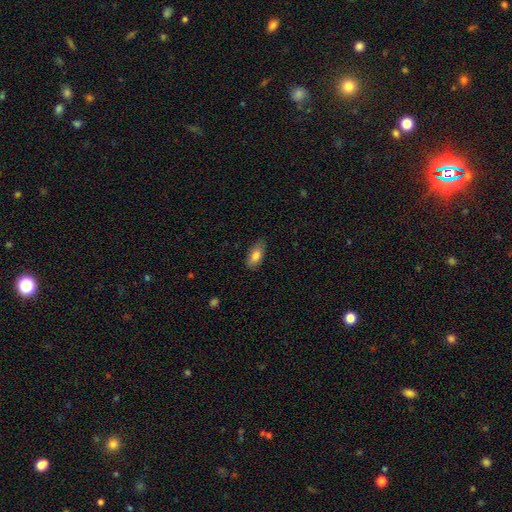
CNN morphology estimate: smooth 83%, featured or disk 10%, star or artifact 7%. Down the decision tree: how rounded — in between (87%); merging — none (81%).